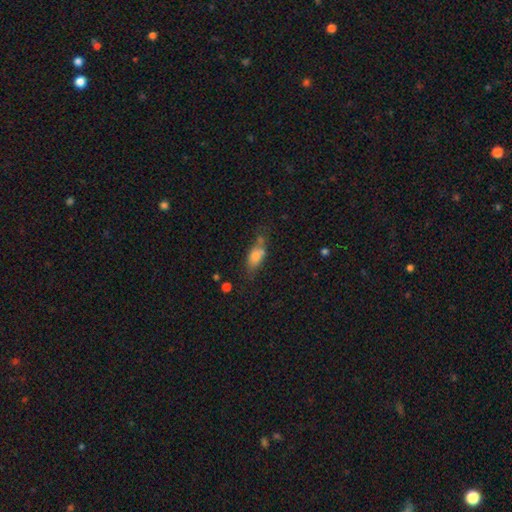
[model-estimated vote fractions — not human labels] smooth 73%, featured or disk 16%, star or artifact 11%. Down the decision tree: how rounded — in between (76%); merging — none (48%).